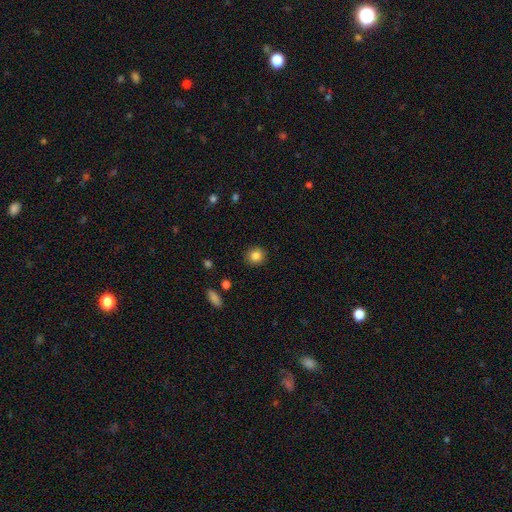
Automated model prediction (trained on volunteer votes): Smooth or featured? Predicted: smooth (p=0.85). How rounded? Predicted: round (p=0.88). Merging? Predicted: none (p=0.90).